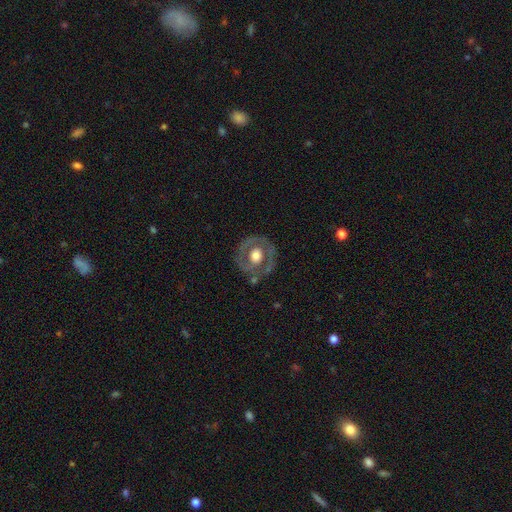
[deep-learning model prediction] Smooth or featured?
  - featured or disk: 63% *
  - smooth: 32%
  - star or artifact: 6%
Edge-on disk?
  - no: 96% *
  - yes: 4%
Bar?
  - no: 80% *
  - weak: 16%
  - strong: 5%
Spiral arms?
  - no: 63% *
  - yes: 37%
Bulge size?
  - large: 46% *
  - moderate: 45%
  - small: 4%
  - dominant: 4%
  - none: 2%
Merging?
  - none: 74% *
  - minor disturbance: 16%
  - major disturbance: 8%
  - merger: 3%